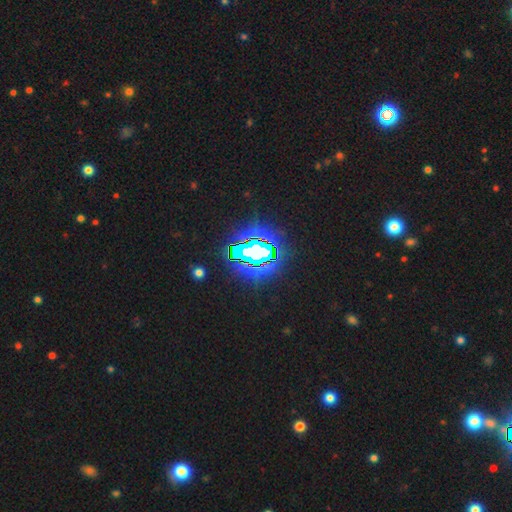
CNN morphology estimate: smooth_or_featured: star or artifact (p=0.74) [alt: smooth p=0.14]